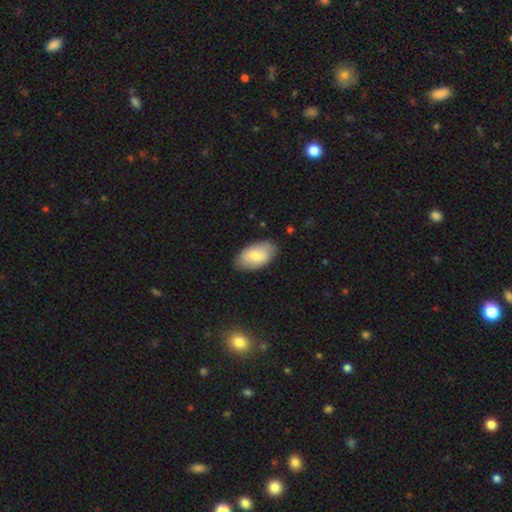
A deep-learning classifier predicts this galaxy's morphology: Smooth or featured?
  - smooth: 73% *
  - featured or disk: 20%
  - star or artifact: 6%
How rounded?
  - in between: 94% *
  - round: 4%
  - cigar-shaped: 2%
Merging?
  - none: 79% *
  - minor disturbance: 17%
  - major disturbance: 3%
  - merger: 1%